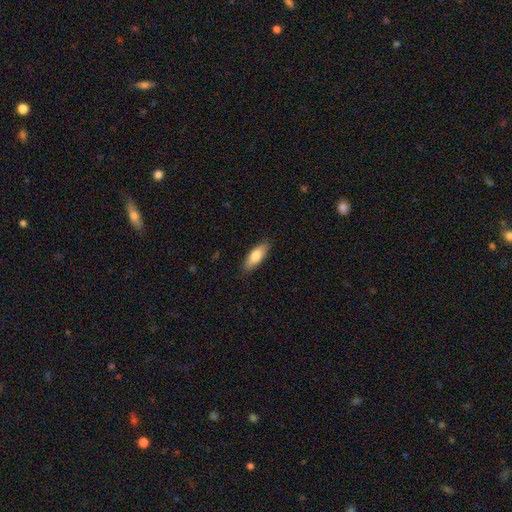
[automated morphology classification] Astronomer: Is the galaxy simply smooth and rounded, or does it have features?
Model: smooth — 79%.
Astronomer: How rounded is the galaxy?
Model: in between — 71%.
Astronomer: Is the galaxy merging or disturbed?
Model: none — 86%.